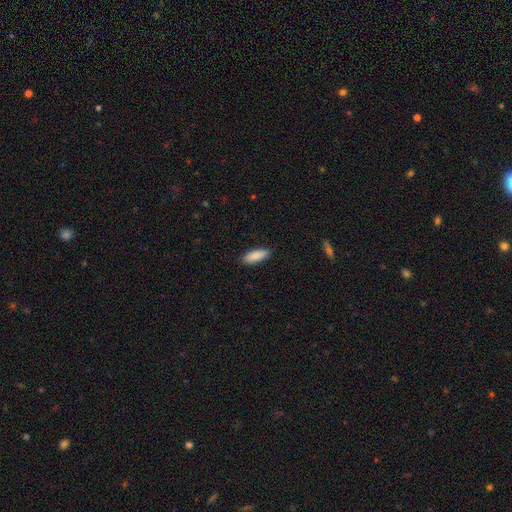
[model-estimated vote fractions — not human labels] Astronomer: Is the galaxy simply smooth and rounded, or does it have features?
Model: smooth — 87%.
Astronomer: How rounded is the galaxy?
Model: in between — 64%.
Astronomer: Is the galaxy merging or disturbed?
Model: none — 89%.